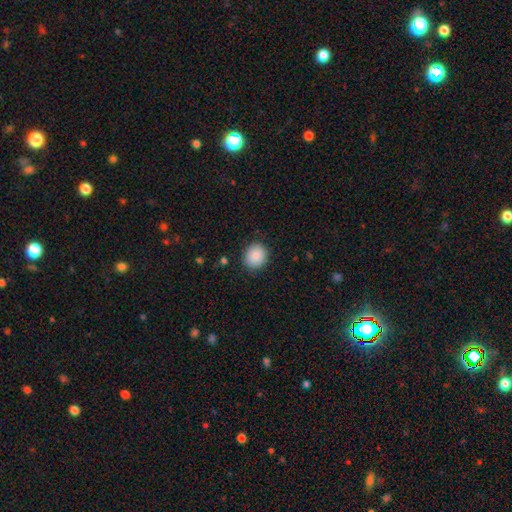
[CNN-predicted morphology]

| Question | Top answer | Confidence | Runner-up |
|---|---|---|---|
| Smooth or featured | smooth | 88% | star or artifact (8%) |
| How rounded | round | 77% | in between (22%) |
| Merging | none | 88% | minor disturbance (8%) |